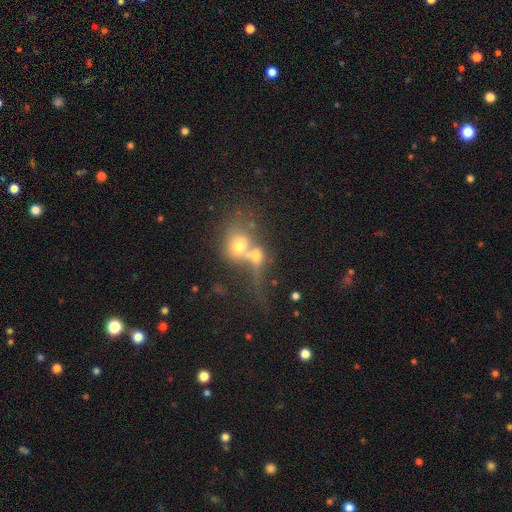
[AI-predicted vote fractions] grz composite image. It shows a smooth galaxy with no disk features (56%) that is round (49%). Merging: merger (73%).